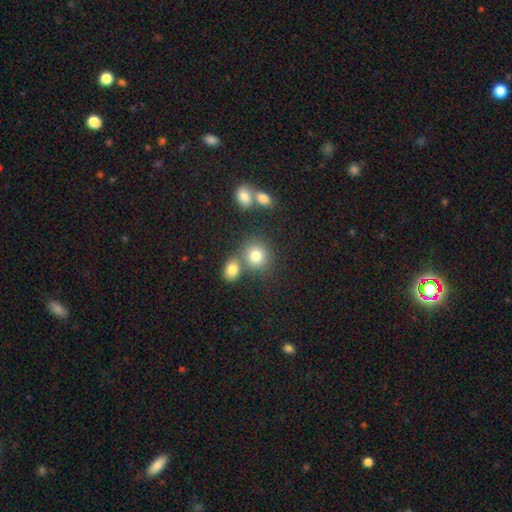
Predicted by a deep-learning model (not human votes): This is likely a smooth galaxy (80%). How rounded: likely round (79%). Merging: possibly none (58%).